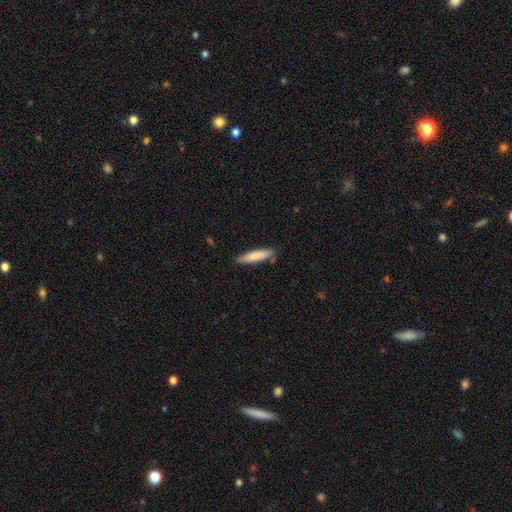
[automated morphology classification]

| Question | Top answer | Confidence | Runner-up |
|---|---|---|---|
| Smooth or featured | smooth | 79% | featured or disk (16%) |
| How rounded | cigar-shaped | 84% | in between (14%) |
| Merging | none | 83% | minor disturbance (13%) |